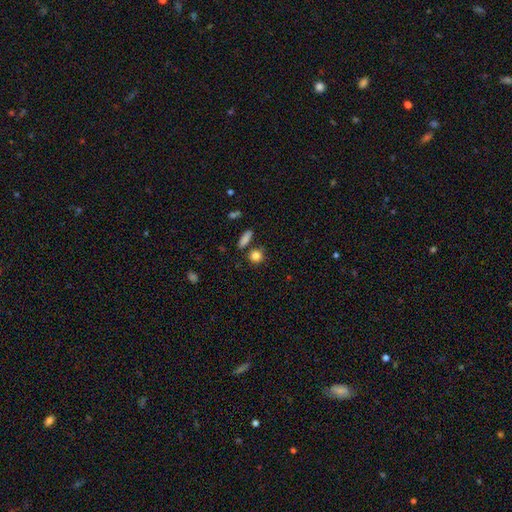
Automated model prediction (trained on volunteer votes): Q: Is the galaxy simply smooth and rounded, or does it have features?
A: smooth — 85%.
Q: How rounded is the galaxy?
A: round — 80%.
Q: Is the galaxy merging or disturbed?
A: none — 77%.